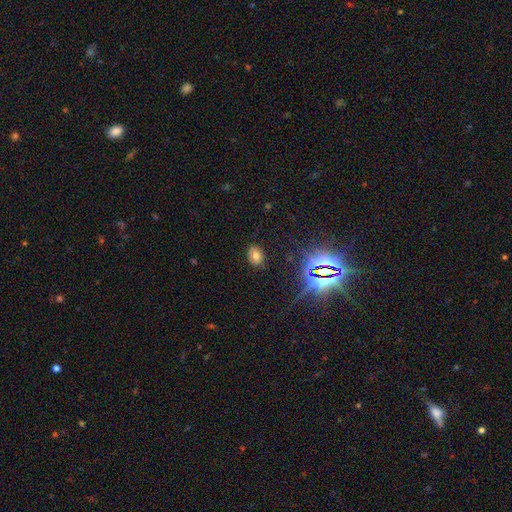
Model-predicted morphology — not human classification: Smooth or featured? smooth (66%)
How rounded? in between (59%)
Merging? none (86%)